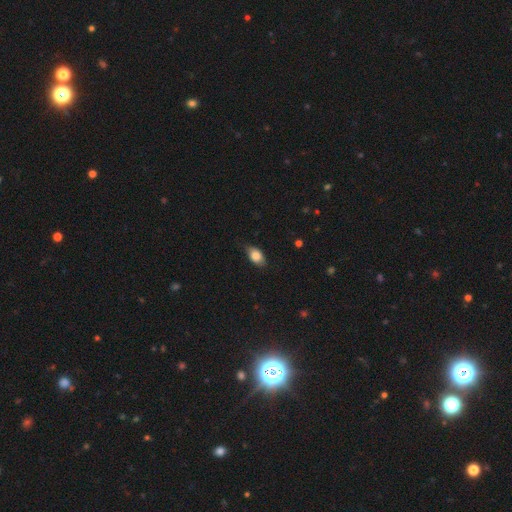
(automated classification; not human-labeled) A smooth galaxy with no disk features (81%) that is in between round and cigar-shaped (86%).

Vote fractions:
- Smooth or featured? smooth: 81% / featured or disk: 11% / star or artifact: 7%
- How rounded? in between: 86% / round: 10% / cigar-shaped: 4%
- Merging? none: 74% / minor disturbance: 21% / major disturbance: 4% / merger: 1%